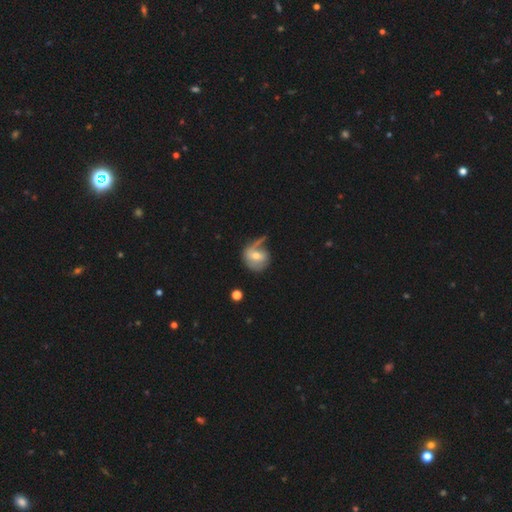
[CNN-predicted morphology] The model was most divided on "smooth or featured": smooth: 49%, featured or disk: 44%, star or artifact: 8%. Remaining: merging — none (41%).